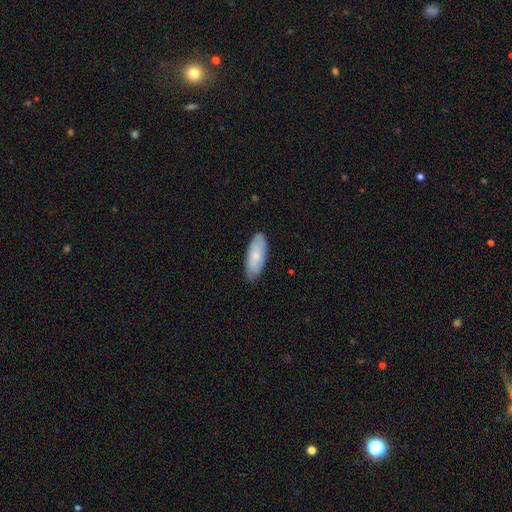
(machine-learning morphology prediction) Q: Smooth or featured?
A: smooth (75%); runner-up: featured or disk (19%)
Q: How rounded?
A: in between (74%); runner-up: cigar-shaped (24%)
Q: Merging?
A: none (84%); runner-up: minor disturbance (13%)